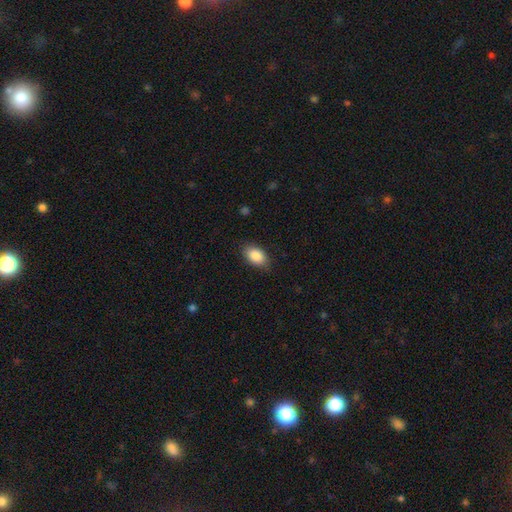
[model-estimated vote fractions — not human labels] Overall: smooth (88%). How rounded: in between (90%). Merging: none (82%).